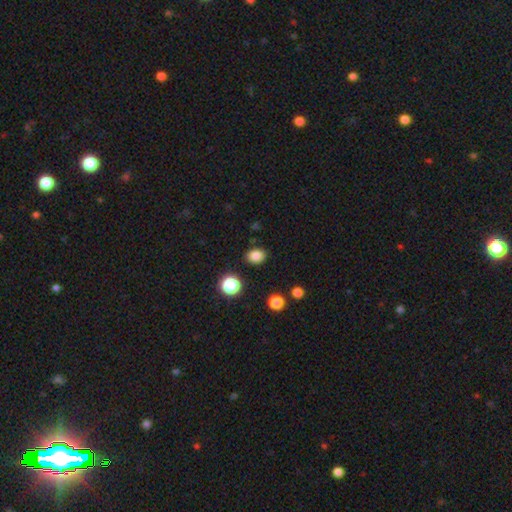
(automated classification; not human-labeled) Morphology: type=smooth (83%); roundness=in between (52%); merging=none (86%).